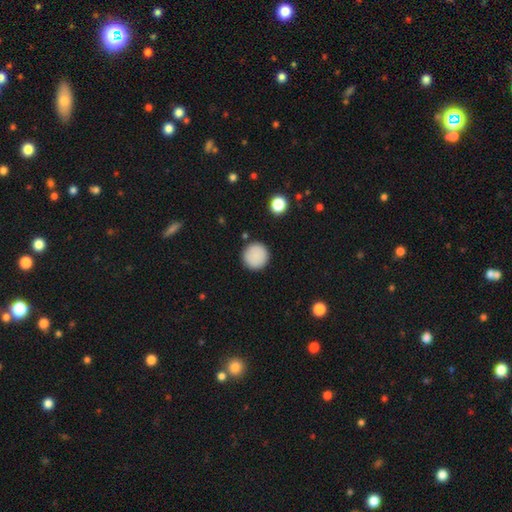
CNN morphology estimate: A smooth galaxy with no disk features (87%) that is round (95%). Merging: none (90%).